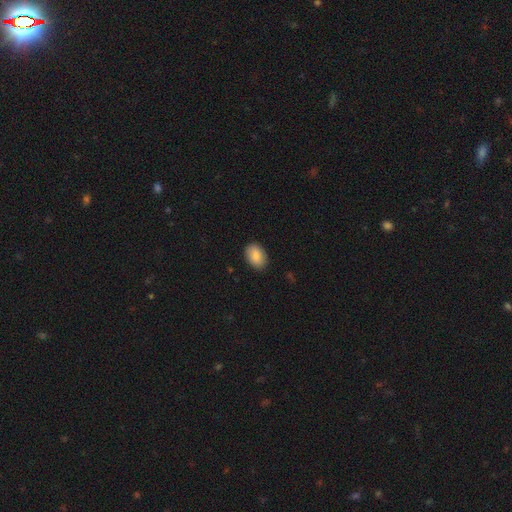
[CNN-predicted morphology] Smooth or featured: smooth — 88% (star or artifact — 7%)
How rounded: in between — 86% (round — 13%)
Merging: none — 87% (minor disturbance — 10%)